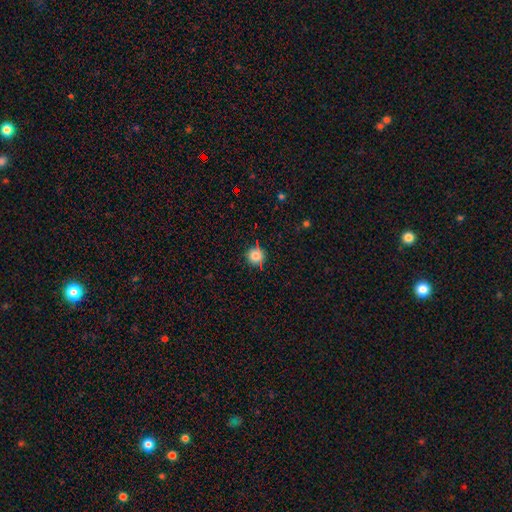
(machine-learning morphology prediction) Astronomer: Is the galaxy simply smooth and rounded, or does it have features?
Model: smooth — 81%.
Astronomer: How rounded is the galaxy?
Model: round — 94%.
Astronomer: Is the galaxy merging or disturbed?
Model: none — 83%.